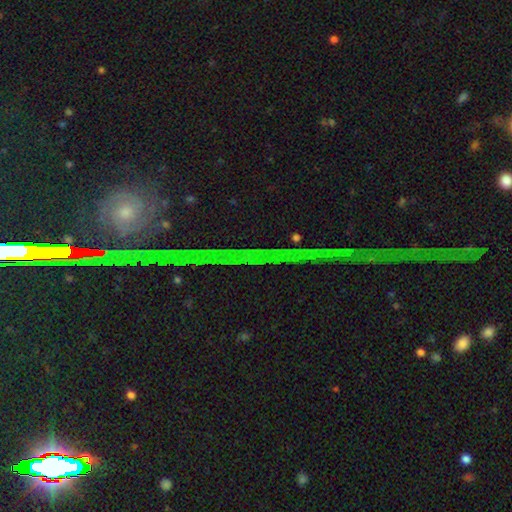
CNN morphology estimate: This appears to be a star or artifact, not a galaxy (77%).